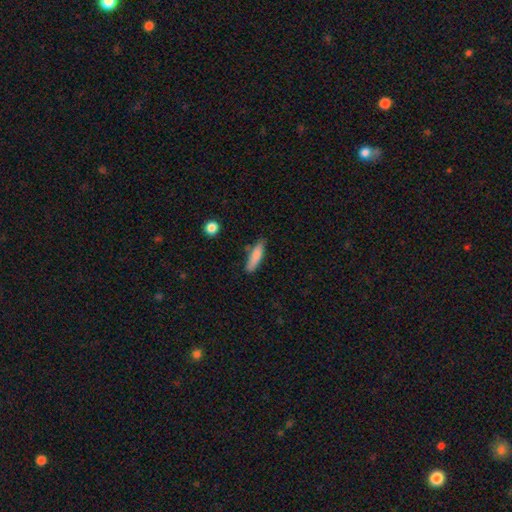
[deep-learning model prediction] A smooth galaxy with no disk features (82%) that is cigar-shaped (73%). Merging: none (74%).